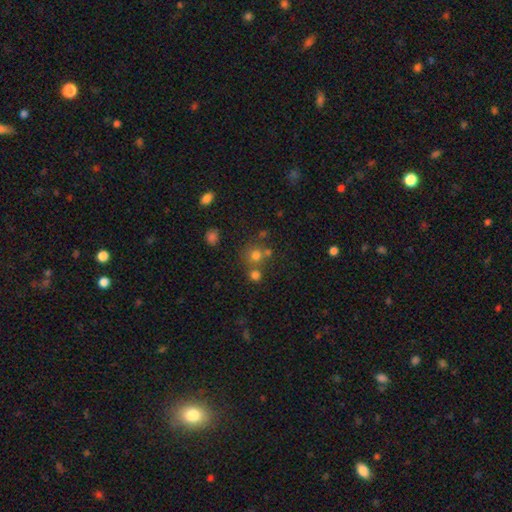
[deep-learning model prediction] Smooth or featured? smooth (70%)
How rounded? round (88%)
Merging? none (61%)